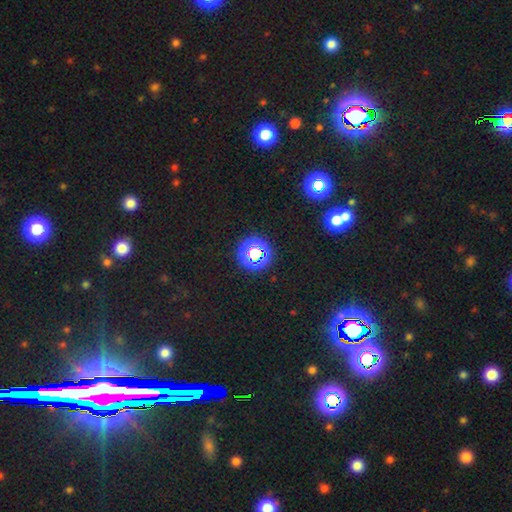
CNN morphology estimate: type=star or artifact (73%).